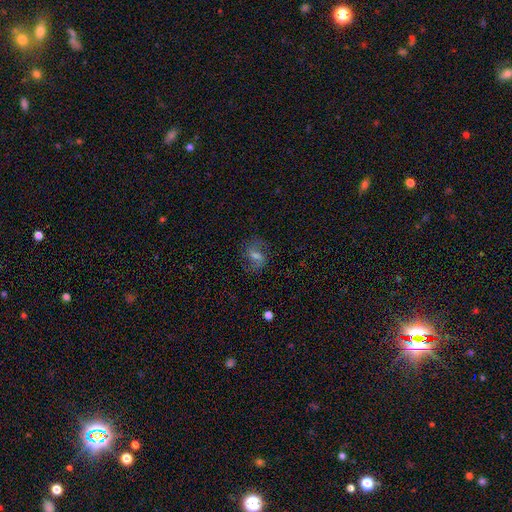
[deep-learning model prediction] A featured or disk galaxy (60%) with a weak bar (52%), 2 (87%) loose (47%) spiral arms (88%) and a moderate central bulge (44%). Merging: none (73%).